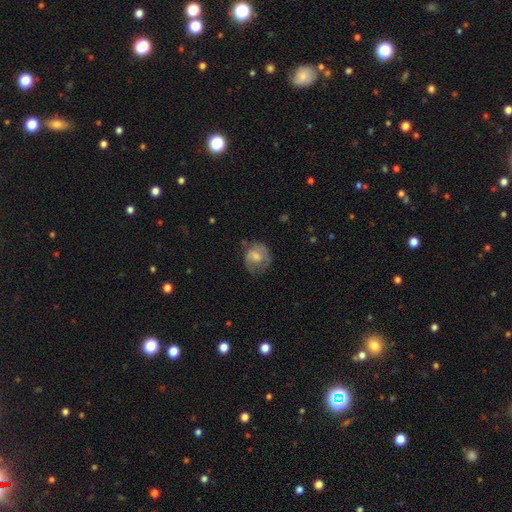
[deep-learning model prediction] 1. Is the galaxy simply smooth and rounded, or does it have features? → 46% featured or disk (tied), 46% smooth (tied), 8% star or artifact.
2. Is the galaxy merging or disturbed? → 55% none, 26% minor disturbance, 16% major disturbance, 2% merger.